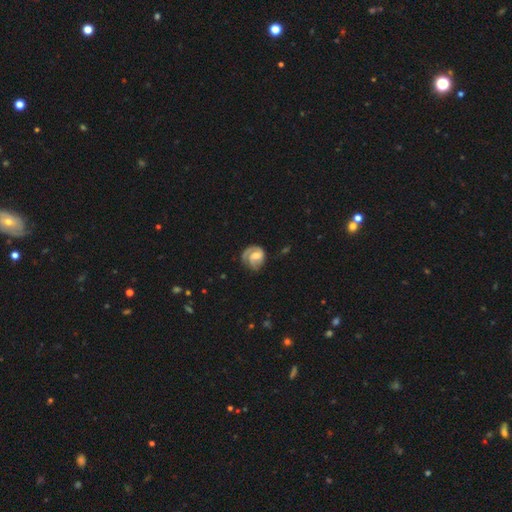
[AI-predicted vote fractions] This is likely a featured or disk galaxy (70%). It is clearly not viewed edge-on (98%). Bar: possibly no (46%). Spiral arm pattern: clearly yes (91%). Spiral arm count: marginally 2 (43%). Spiral winding: possibly tight (52%). Central bulge: possibly moderate (56%). Merging: likely none (62%).